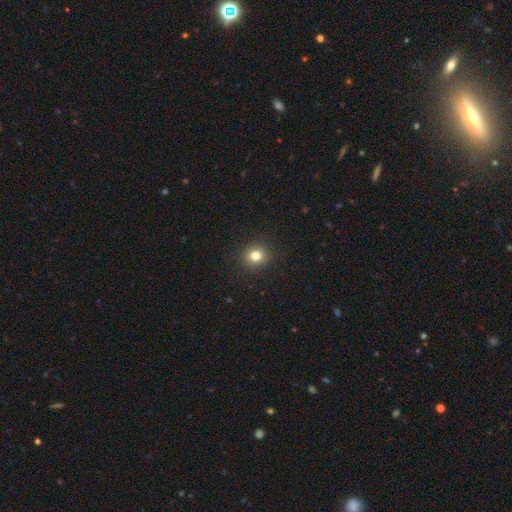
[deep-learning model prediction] This is likely a smooth galaxy (80%). How rounded: likely round (79%). Merging: clearly none (91%).